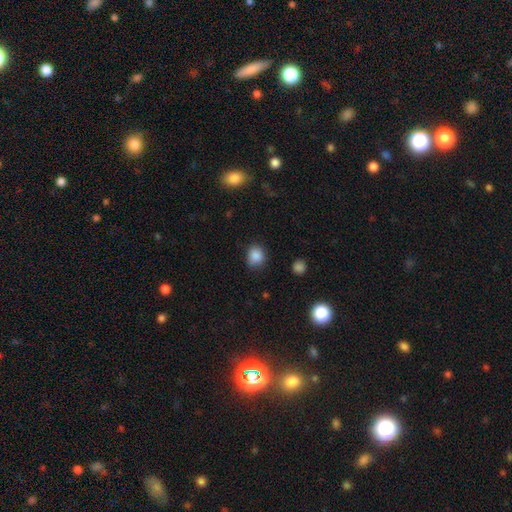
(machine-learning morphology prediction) Smooth or featured: smooth — 86% (star or artifact — 10%)
How rounded: round — 68% (in between — 31%)
Merging: none — 74% (minor disturbance — 20%)